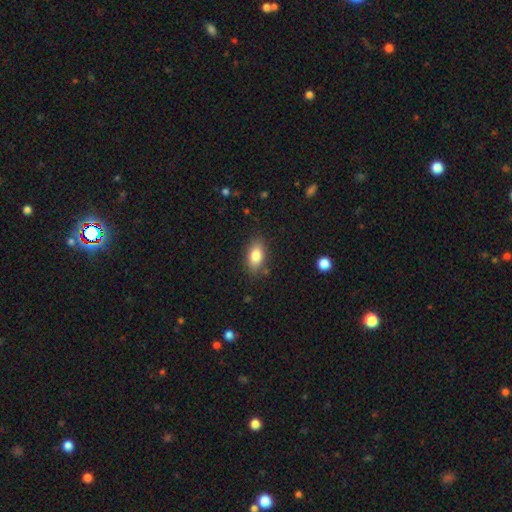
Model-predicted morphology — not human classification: A smooth galaxy with no disk features (82%) that is in between round and cigar-shaped (89%).

Vote fractions:
- Smooth or featured? smooth: 82% / featured or disk: 10% / star or artifact: 8%
- How rounded? in between: 89% / round: 6% / cigar-shaped: 5%
- Merging? none: 83% / minor disturbance: 12% / major disturbance: 3% / merger: 2%